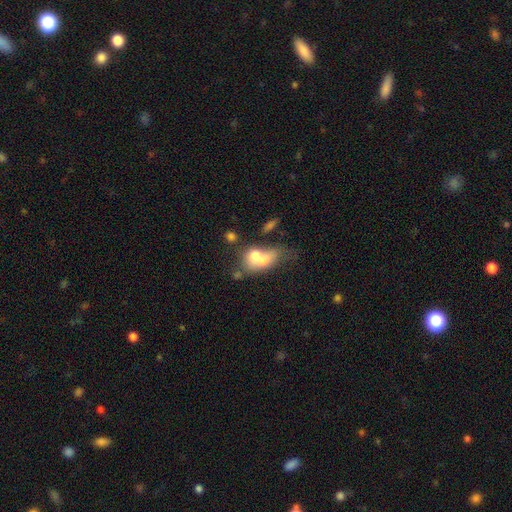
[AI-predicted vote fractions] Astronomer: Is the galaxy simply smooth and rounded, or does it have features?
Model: smooth — 62%.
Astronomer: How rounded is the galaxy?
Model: in between — 70%.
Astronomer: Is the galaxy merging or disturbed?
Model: merger — 52%.